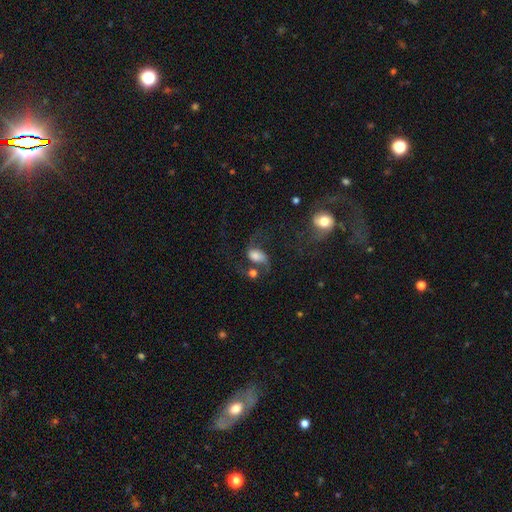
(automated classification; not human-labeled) Overall: featured or disk (54%; smooth 34%). Edge-on disk: no (96%). Bar: no (54%; weak 33%). Spiral arms: yes (86%). Bulge size: moderate (32%; large 31%). Merging: none (34%; major disturbance 27%).